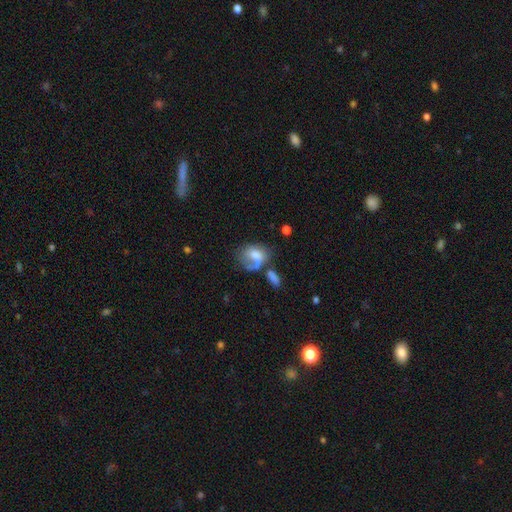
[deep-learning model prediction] Overall: smooth (57%; featured or disk 33%). How rounded: in between (62%; round 37%). Merging: major disturbance (31%; none 27%).